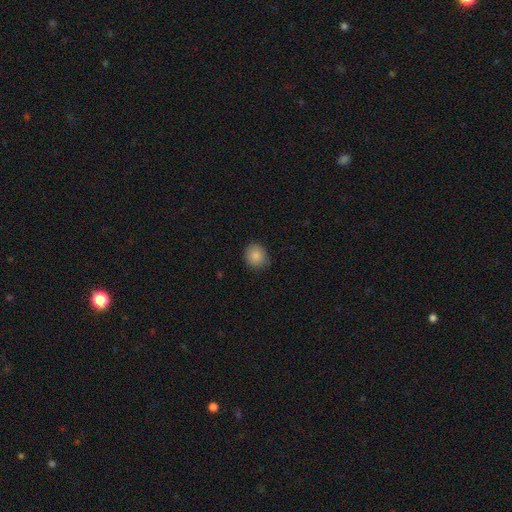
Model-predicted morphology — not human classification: Smooth or featured: smooth — 87% (star or artifact — 8%)
How rounded: round — 78% (in between — 21%)
Merging: none — 81% (minor disturbance — 16%)